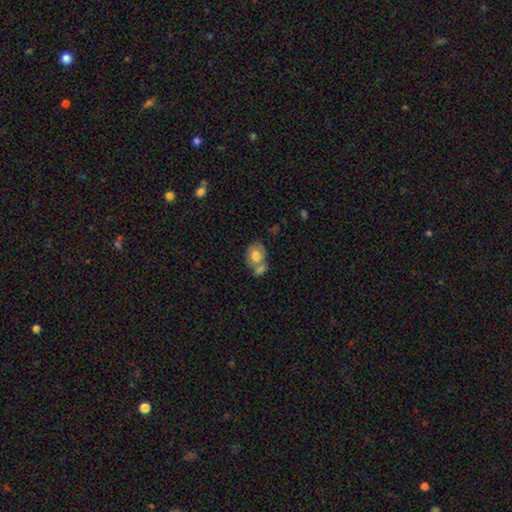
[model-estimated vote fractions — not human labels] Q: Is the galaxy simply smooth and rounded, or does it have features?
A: smooth — 69%.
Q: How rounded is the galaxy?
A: in between — 60%.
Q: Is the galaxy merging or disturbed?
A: merger — 46%.